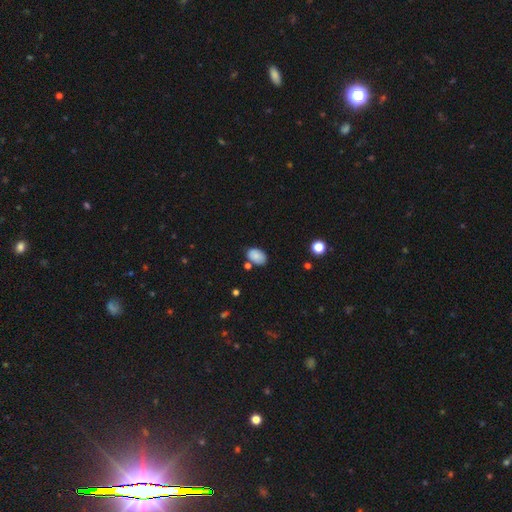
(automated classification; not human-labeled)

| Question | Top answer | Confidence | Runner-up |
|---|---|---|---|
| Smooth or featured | smooth | 84% | star or artifact (9%) |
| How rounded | in between | 86% | round (13%) |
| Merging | none | 71% | minor disturbance (17%) |